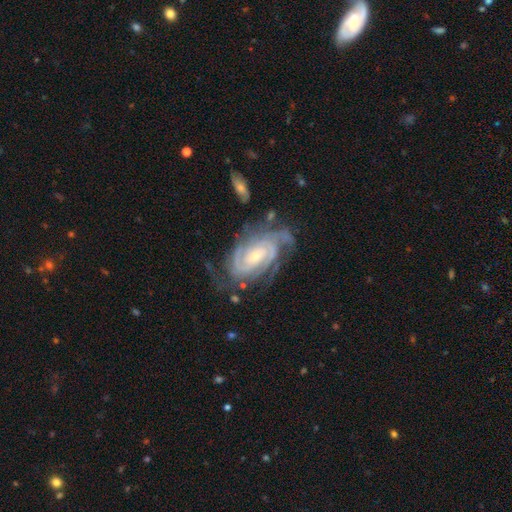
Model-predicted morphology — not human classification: A featured or disk galaxy (91%) with no bar (52%), 2 (28%) tight (73%) spiral arms (98%) and a small central bulge (62%). Merging: none (66%).